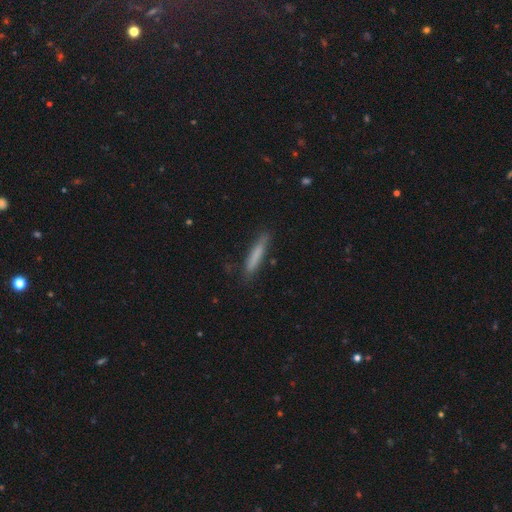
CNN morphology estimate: This appears to be a smooth galaxy with no disk features (74%) that is cigar-shaped (93%). Merging: none (84%).